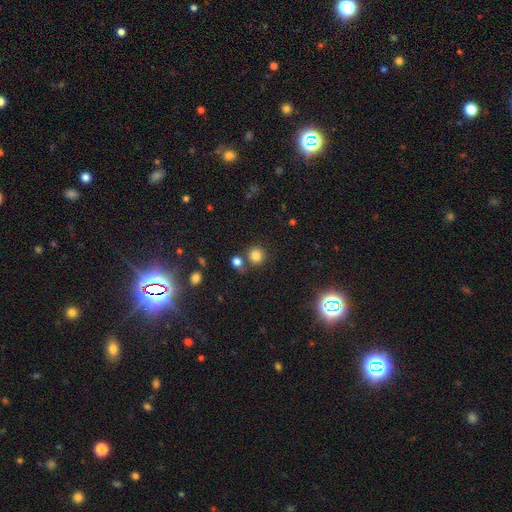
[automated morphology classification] Smooth or featured?
  - smooth: 81% *
  - star or artifact: 14%
  - featured or disk: 5%
How rounded?
  - round: 91% *
  - in between: 8%
  - cigar-shaped: 1%
Merging?
  - none: 74% *
  - merger: 13%
  - minor disturbance: 9%
  - major disturbance: 4%